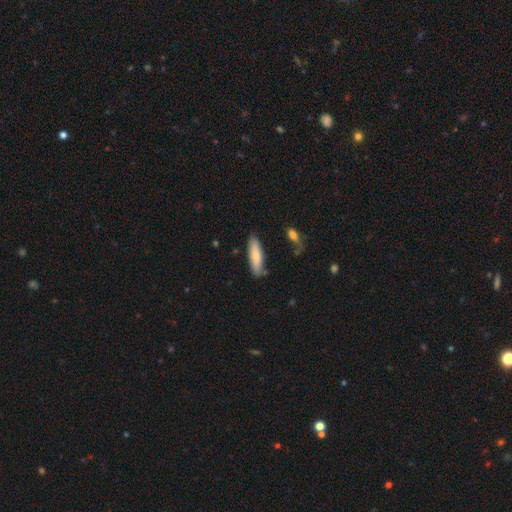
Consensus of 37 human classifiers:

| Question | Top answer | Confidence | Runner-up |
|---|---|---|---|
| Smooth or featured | smooth | 78% | featured or disk (16%) |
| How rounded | cigar-shaped | 76% | in between (24%) |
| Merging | none | 86% | minor disturbance (9%) |